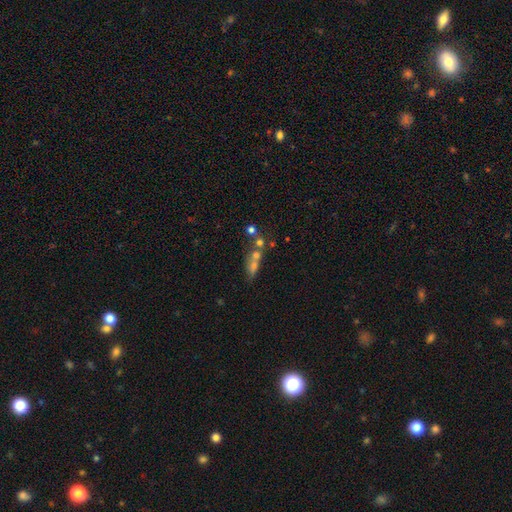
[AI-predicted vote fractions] Smooth or featured? Predicted: smooth (p=0.49). Merging? Predicted: merger (p=0.47).